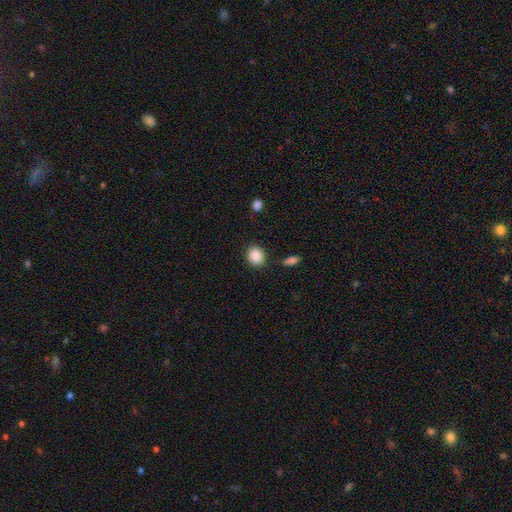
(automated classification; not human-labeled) Smooth or featured: smooth — 88% (star or artifact — 8%)
How rounded: round — 67% (in between — 32%)
Merging: none — 83% (minor disturbance — 10%)